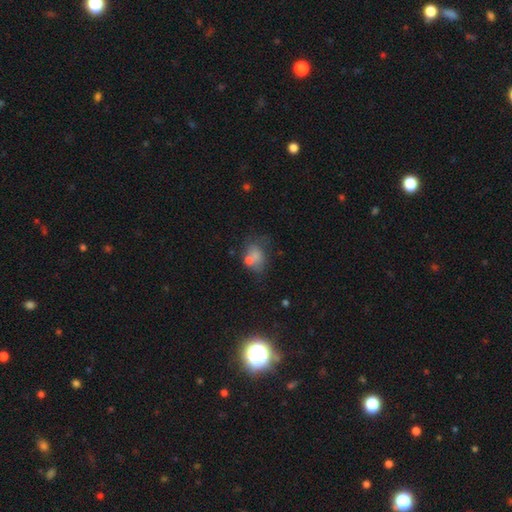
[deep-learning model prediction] Smooth or featured: smooth — 63% (featured or disk — 22%)
How rounded: in between — 65% (round — 34%)
Merging: none — 32% (merger — 27%)